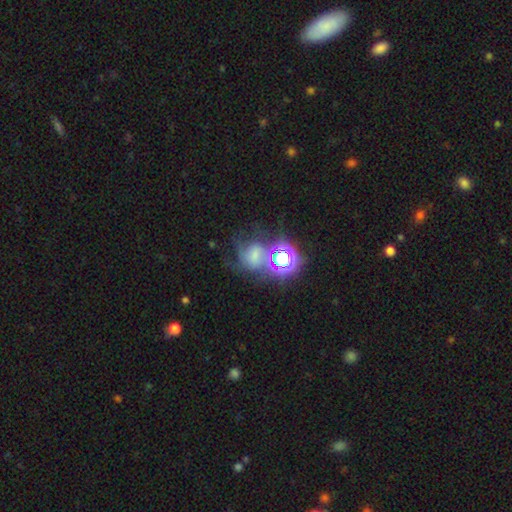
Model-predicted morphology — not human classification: A star or artifact, not a galaxy (39%).